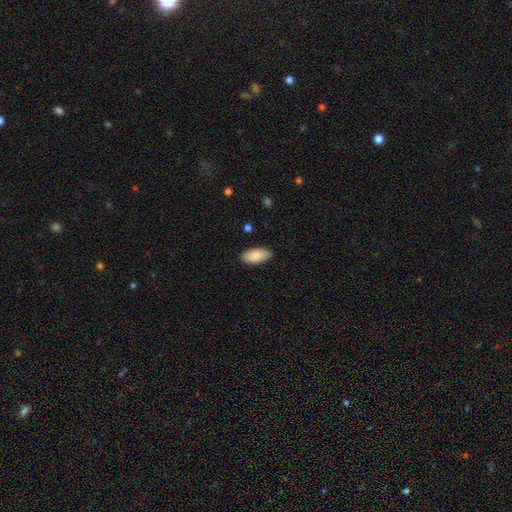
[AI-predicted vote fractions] Smooth or featured? smooth (88%)
How rounded? in between (93%)
Merging? none (88%)